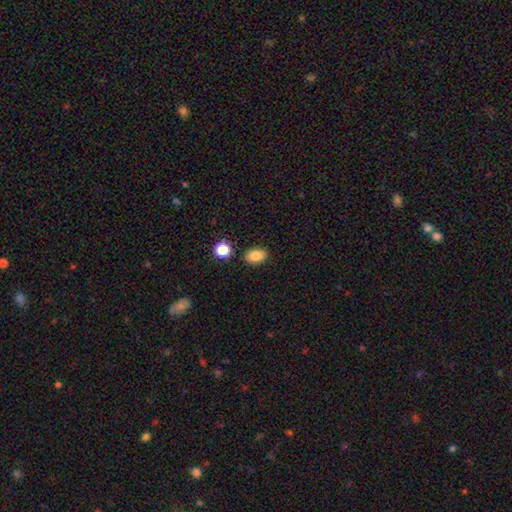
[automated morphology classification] A smooth galaxy with no disk features (86%) that is in between round and cigar-shaped (86%). Merging: none (85%).